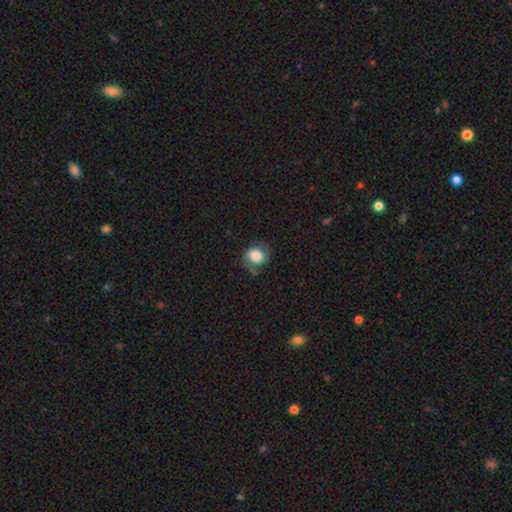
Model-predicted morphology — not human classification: Smooth or featured: smooth — 58% (featured or disk — 32%)
How rounded: round — 71% (in between — 28%)
Merging: none — 64% (minor disturbance — 22%)